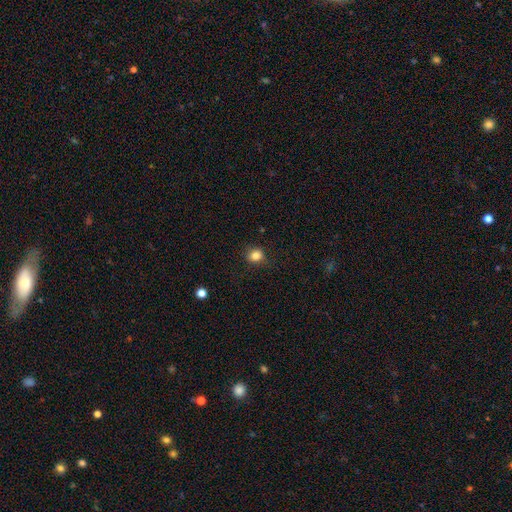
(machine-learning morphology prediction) Q: Smooth or featured?
A: smooth (83%); runner-up: star or artifact (12%)
Q: How rounded?
A: round (82%); runner-up: in between (17%)
Q: Merging?
A: none (85%); runner-up: minor disturbance (11%)